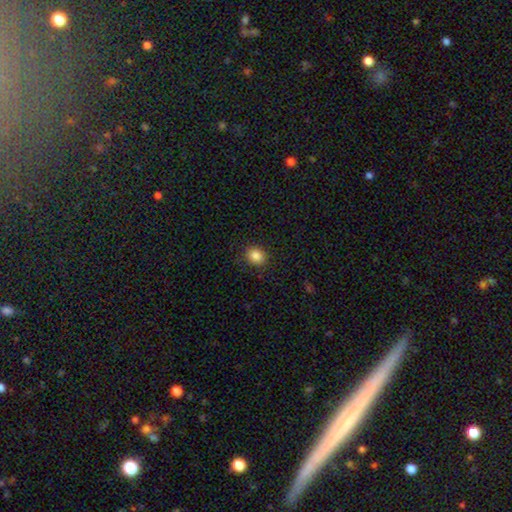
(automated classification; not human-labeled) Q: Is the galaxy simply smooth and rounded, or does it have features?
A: smooth — 86%.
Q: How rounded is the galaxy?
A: round — 65%.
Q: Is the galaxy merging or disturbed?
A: none — 89%.